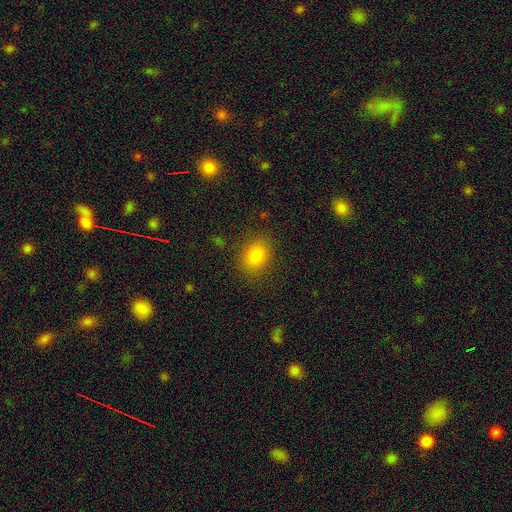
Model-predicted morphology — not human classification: type=smooth (83%); roundness=round (50%); merging=none (84%).